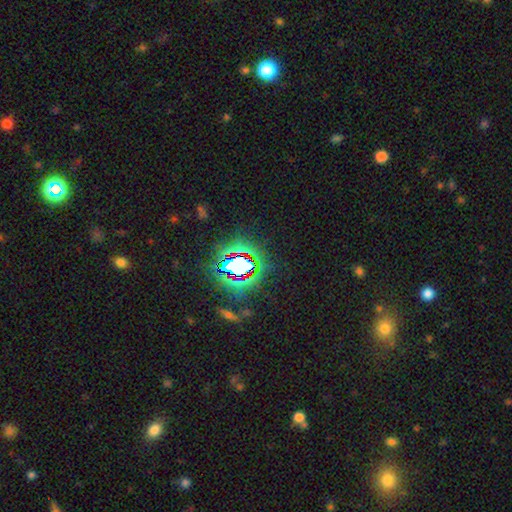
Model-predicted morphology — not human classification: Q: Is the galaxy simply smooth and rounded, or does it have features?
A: star or artifact — 81%.